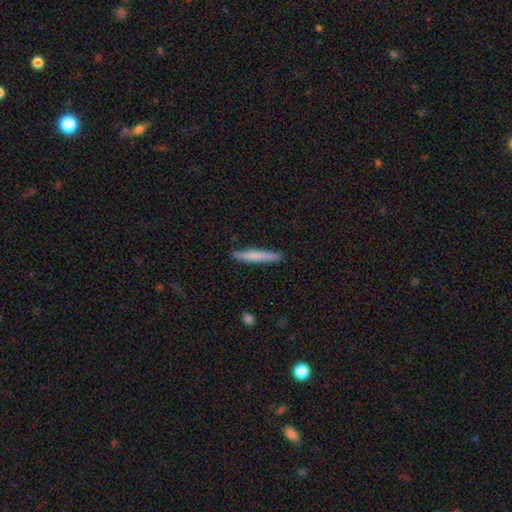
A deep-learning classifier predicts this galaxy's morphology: type=smooth (71%); roundness=cigar-shaped (95%); merging=none (89%).